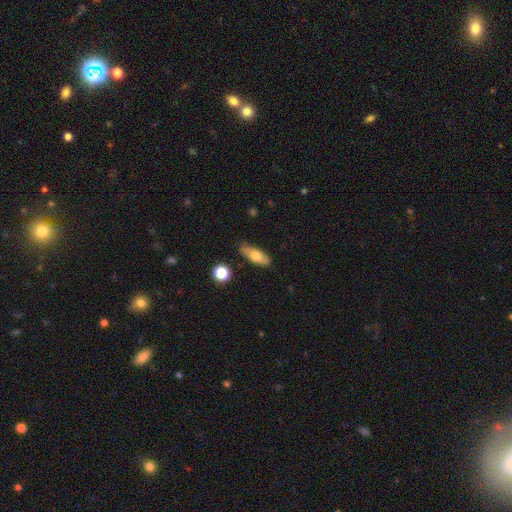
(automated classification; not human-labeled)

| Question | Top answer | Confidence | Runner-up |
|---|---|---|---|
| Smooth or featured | smooth | 66% | featured or disk (27%) |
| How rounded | in between | 64% | cigar-shaped (31%) |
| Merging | none | 77% | minor disturbance (17%) |